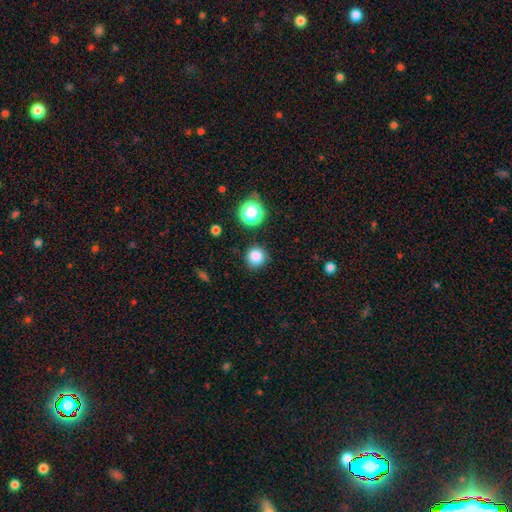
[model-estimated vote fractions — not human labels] Q: Smooth or featured?
A: smooth (82%); runner-up: star or artifact (14%)
Q: How rounded?
A: round (94%); runner-up: in between (5%)
Q: Merging?
A: none (88%); runner-up: minor disturbance (8%)